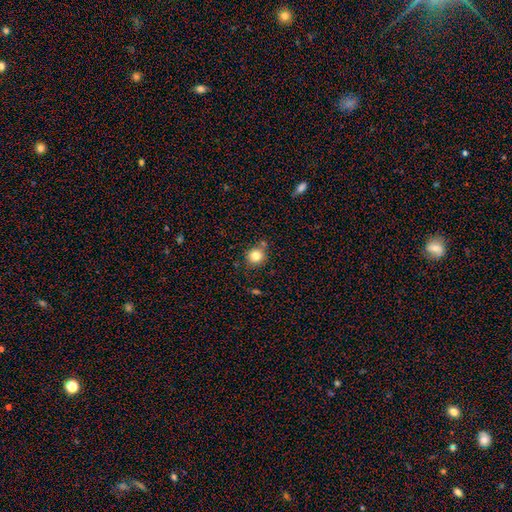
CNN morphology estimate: The model was most divided on "merging": none: 79%, minor disturbance: 10%, merger: 8%, major disturbance: 3%. More confident: how rounded — round (89%); smooth or featured — smooth (81%).